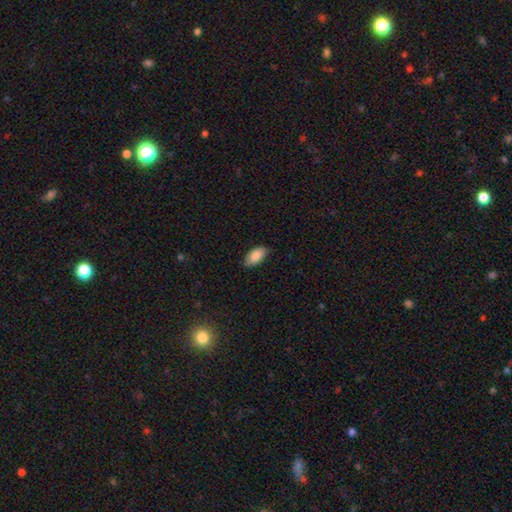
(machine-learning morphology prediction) This appears to be a smooth galaxy with no disk features (88%) that is in between round and cigar-shaped (93%). Merging: none (84%).